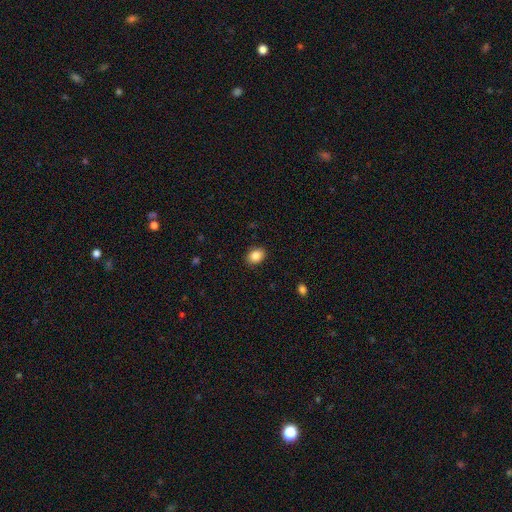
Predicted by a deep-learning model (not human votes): smooth_or_featured: smooth (p=0.86) [alt: star or artifact p=0.09]
how_rounded: in between (p=0.62) [alt: round p=0.37]
merging: none (p=0.90) [alt: minor disturbance p=0.07]